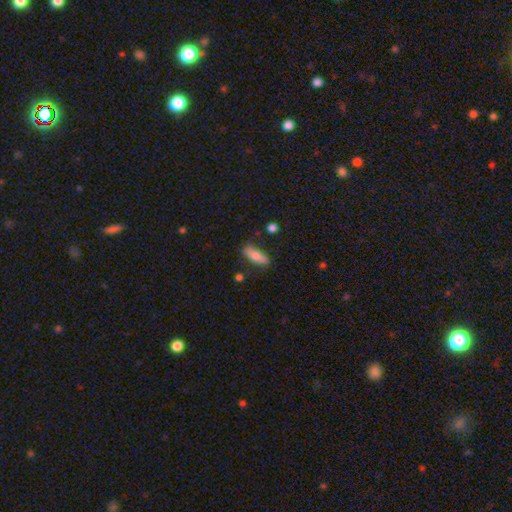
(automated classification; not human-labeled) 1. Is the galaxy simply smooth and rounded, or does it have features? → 78% smooth, 16% featured or disk, 6% star or artifact.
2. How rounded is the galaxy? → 69% in between, 29% cigar-shaped, 3% round.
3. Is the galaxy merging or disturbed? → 74% none, 18% minor disturbance, 4% major disturbance, 4% merger.